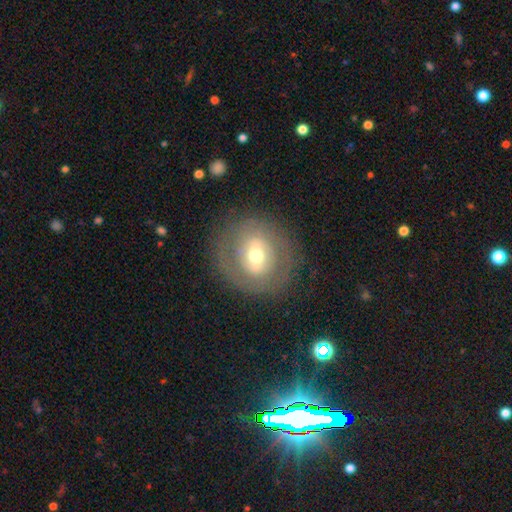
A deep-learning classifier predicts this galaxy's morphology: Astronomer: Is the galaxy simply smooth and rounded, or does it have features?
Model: featured or disk — 51% (runner-up: smooth, 41%).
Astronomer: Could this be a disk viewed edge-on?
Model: no — 94%.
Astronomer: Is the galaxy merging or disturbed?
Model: none — 82%.